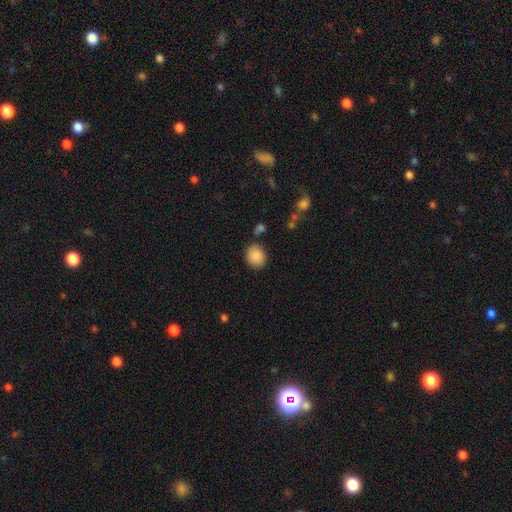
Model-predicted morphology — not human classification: A smooth galaxy with no disk features (88%) that is round (68%). Merging: none (78%).